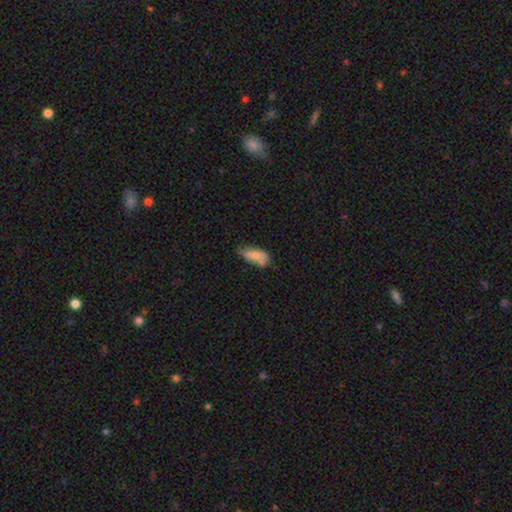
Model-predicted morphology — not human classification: Smooth or featured? Predicted: smooth (p=0.68). How rounded? Predicted: in between (p=0.83). Merging? Predicted: none (p=0.41).